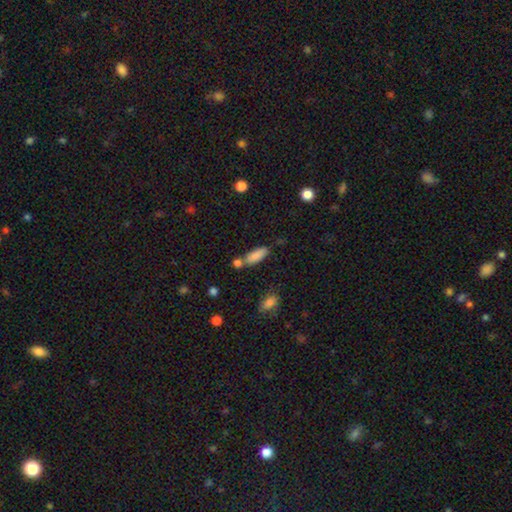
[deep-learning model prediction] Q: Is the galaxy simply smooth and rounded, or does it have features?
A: smooth — 85%.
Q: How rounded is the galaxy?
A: in between — 70%.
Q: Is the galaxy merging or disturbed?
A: none — 59%.